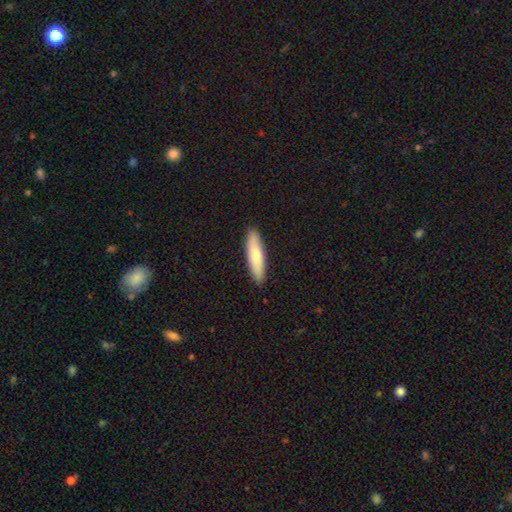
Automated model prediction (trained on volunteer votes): Smooth or featured: smooth — 76% (featured or disk — 19%)
How rounded: cigar-shaped — 76% (in between — 23%)
Merging: none — 90% (minor disturbance — 8%)